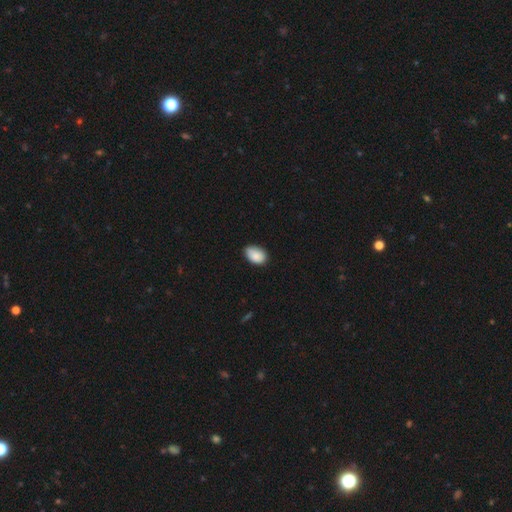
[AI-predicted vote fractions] The model was most divided on "merging": none: 75%, minor disturbance: 21%, major disturbance: 2%, merger: 1%. More confident: smooth or featured — smooth (88%); how rounded — in between (88%).